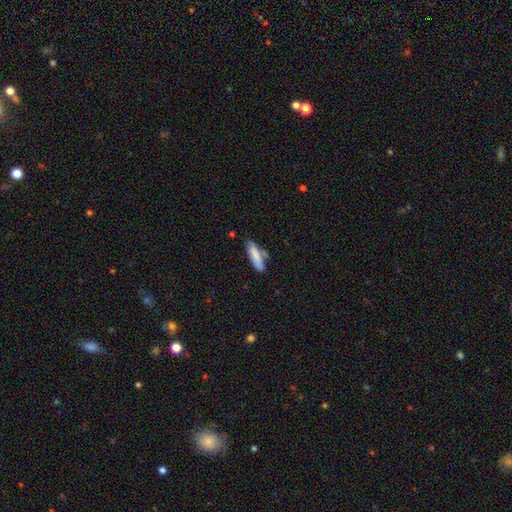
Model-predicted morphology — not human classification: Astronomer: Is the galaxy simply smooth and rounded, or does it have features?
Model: smooth — 81%.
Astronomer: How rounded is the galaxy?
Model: cigar-shaped — 60% (runner-up: in between, 38%).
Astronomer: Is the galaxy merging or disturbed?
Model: none — 63%.